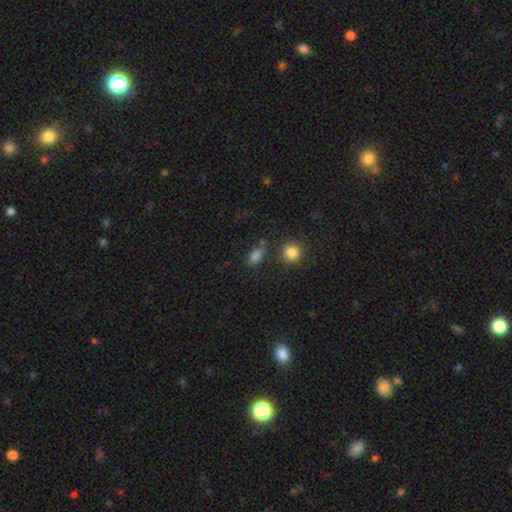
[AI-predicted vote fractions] Smooth or featured: smooth — 81% (star or artifact — 13%)
How rounded: in between — 78% (round — 12%)
Merging: none — 68% (minor disturbance — 16%)